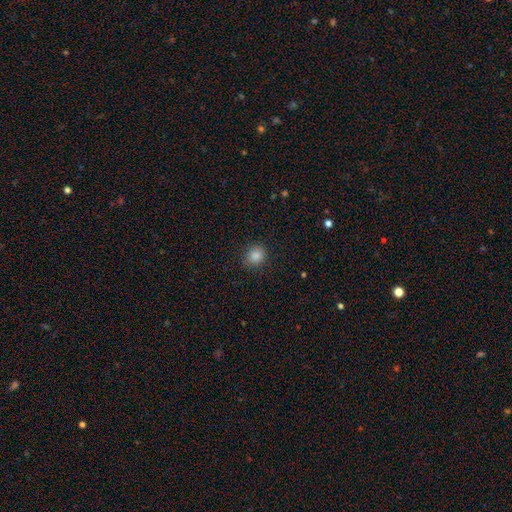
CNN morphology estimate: The model was most divided on "how rounded": round: 76%, in between: 23%, cigar-shaped: 1%. More confident: merging — none (86%); smooth or featured — smooth (86%).